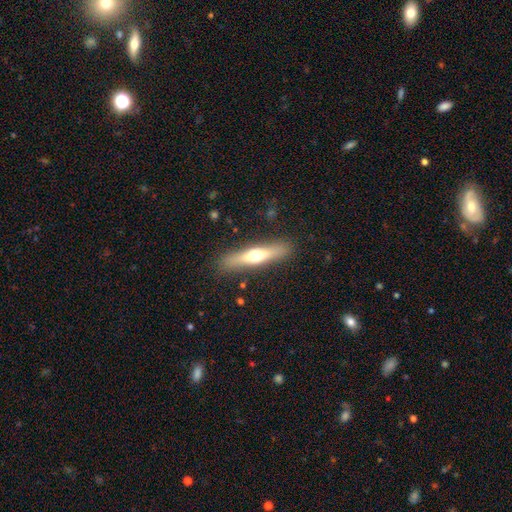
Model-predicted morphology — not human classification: This is possibly a featured or disk galaxy (48%). Merging: clearly none (88%).